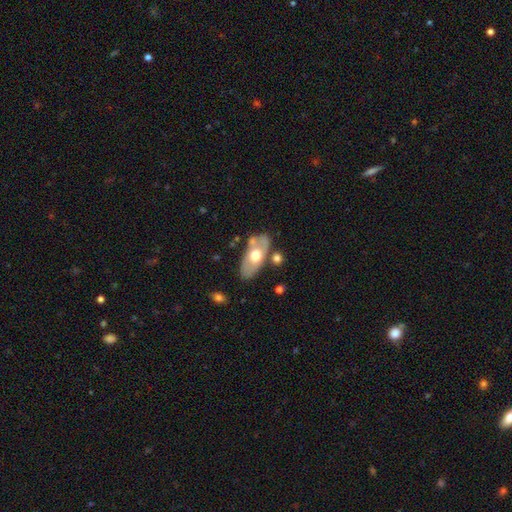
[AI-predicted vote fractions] smooth_or_featured: featured or disk (p=0.49) [alt: smooth p=0.45]
merging: none (p=0.70) [alt: minor disturbance p=0.17]